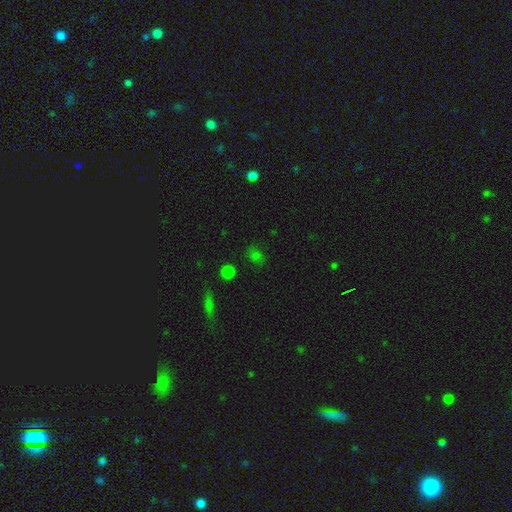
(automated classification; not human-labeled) This appears to be a smooth galaxy with no disk features (63%) that is round (56%). Merging: none (75%).